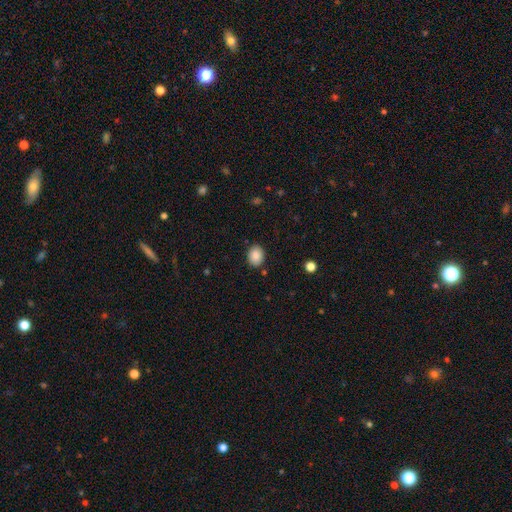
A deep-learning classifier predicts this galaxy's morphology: smooth_or_featured: smooth (p=0.88) [alt: star or artifact p=0.08]
how_rounded: in between (p=0.51) [alt: round p=0.48]
merging: none (p=0.86) [alt: minor disturbance p=0.09]